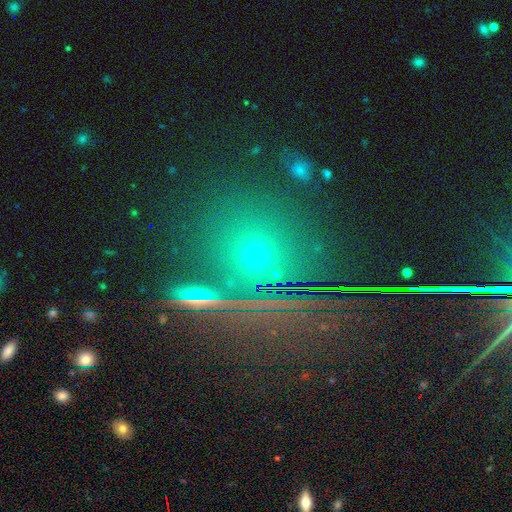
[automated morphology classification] Q: Smooth or featured?
A: smooth (52%); runner-up: star or artifact (38%)
Q: How rounded?
A: round (77%); runner-up: in between (20%)
Q: Merging?
A: none (80%); runner-up: minor disturbance (9%)